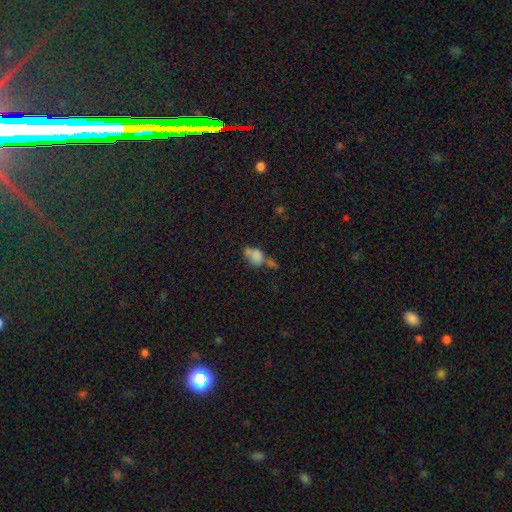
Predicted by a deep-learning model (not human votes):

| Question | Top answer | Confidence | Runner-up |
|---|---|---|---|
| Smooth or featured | smooth | 72% | featured or disk (16%) |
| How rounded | in between | 66% | round (32%) |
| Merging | merger | 47% | none (26%) |